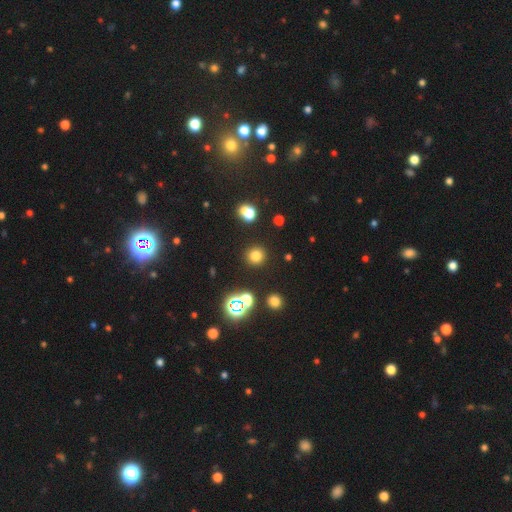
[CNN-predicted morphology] smooth_or_featured: smooth (p=0.74) [alt: star or artifact p=0.20]
how_rounded: round (p=0.91) [alt: in between p=0.08]
merging: none (p=0.88) [alt: minor disturbance p=0.06]